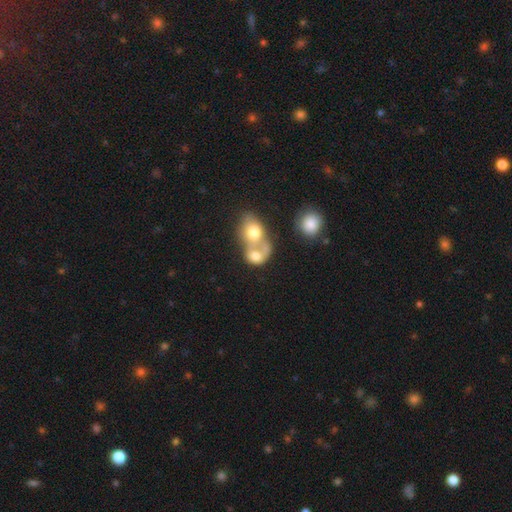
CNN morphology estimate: Smooth or featured? smooth (67%)
How rounded? in between (51%)
Merging? merger (75%)